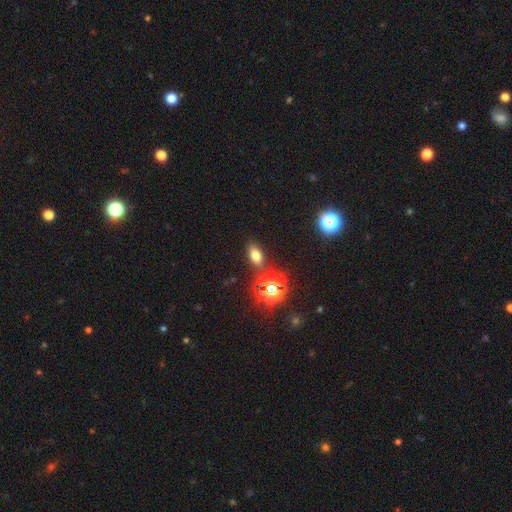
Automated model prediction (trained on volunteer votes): A smooth galaxy with no disk features (65%) that is in between round and cigar-shaped (79%). Merging: none (82%).